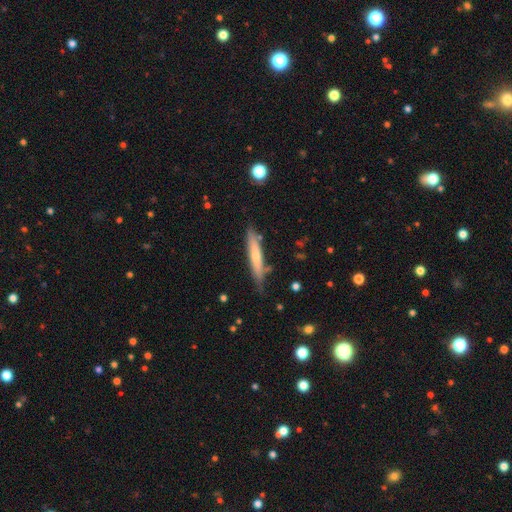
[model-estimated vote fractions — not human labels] smooth-or-featured: smooth: 49% | featured or disk: 45% | star or artifact: 6%
  merging: none: 77% | minor disturbance: 17% | major disturbance: 3% | merger: 3%